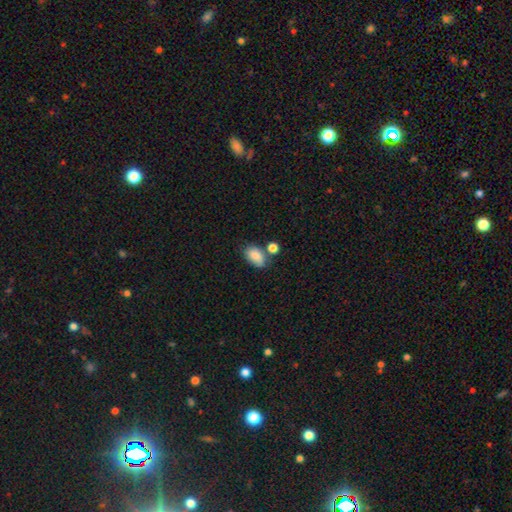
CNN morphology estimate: Smooth or featured?
  - smooth: 84% *
  - star or artifact: 8%
  - featured or disk: 8%
How rounded?
  - in between: 89% *
  - round: 10%
  - cigar-shaped: 2%
Merging?
  - none: 56% *
  - minor disturbance: 20%
  - merger: 18%
  - major disturbance: 6%